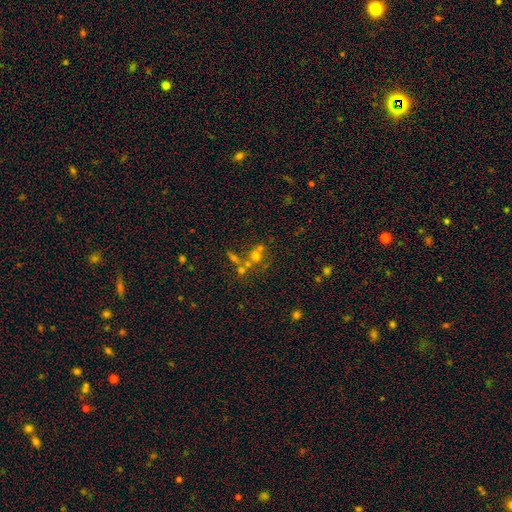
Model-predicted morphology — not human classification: Smooth or featured? Predicted: smooth (p=0.49). Merging? Predicted: merger (p=0.44).